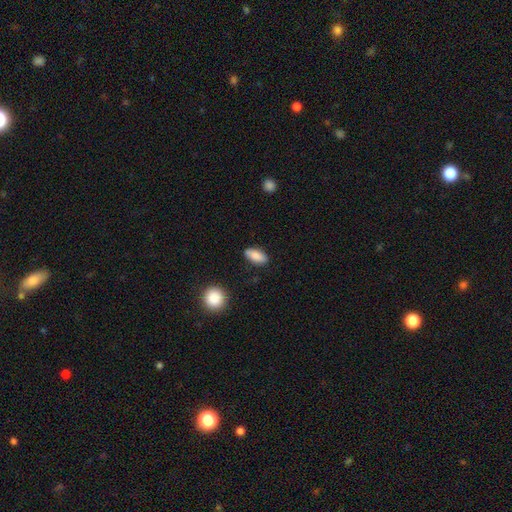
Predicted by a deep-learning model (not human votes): This appears to be a smooth galaxy with no disk features (84%) that is in between round and cigar-shaped (86%). Merging: none (83%).